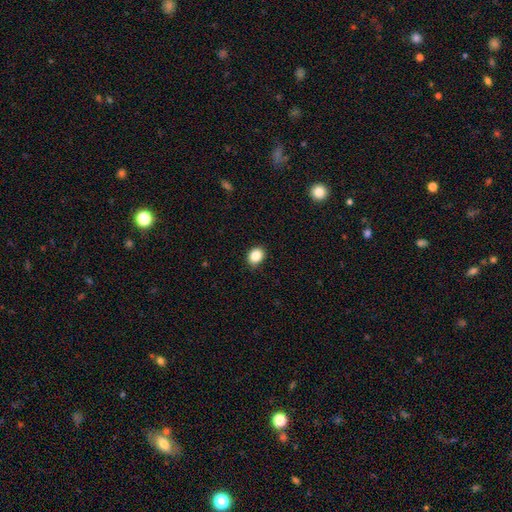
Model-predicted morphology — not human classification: smooth 86%, star or artifact 9%, featured or disk 5%. Down the decision tree: how rounded — in between (55%); merging — none (88%).